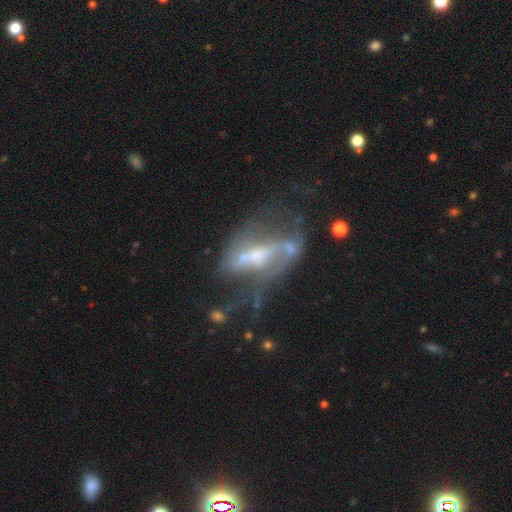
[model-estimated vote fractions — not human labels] Smooth or featured? featured or disk (75%)
Edge-on disk? no (79%)
Bar? strong (46%)
Spiral arms? yes (55%)
Bulge size? moderate (38%)
Merging? major disturbance (38%)